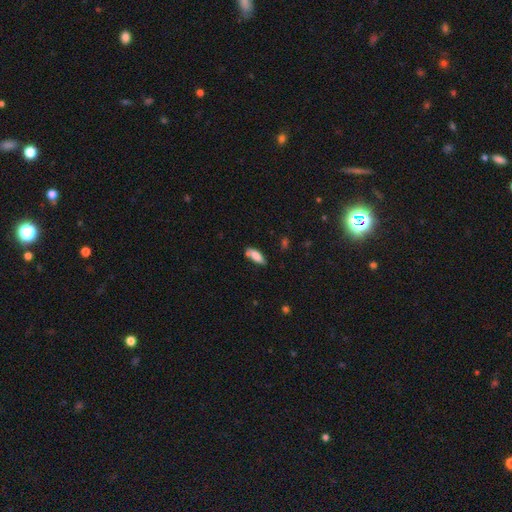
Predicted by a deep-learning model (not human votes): Morphology: type=smooth (76%); roundness=in between (71%); merging=none (63%).